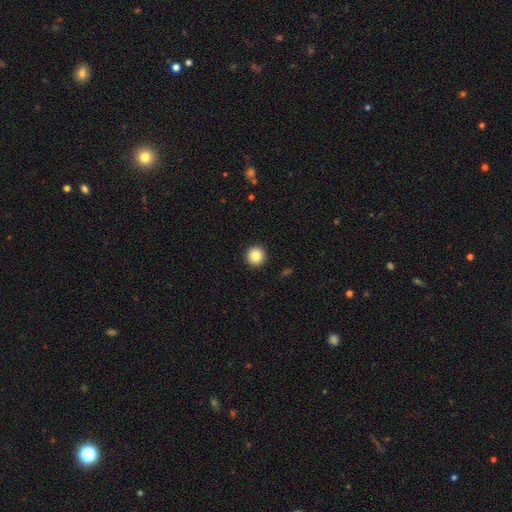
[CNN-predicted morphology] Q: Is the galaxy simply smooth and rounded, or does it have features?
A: smooth — 84%.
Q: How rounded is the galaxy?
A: round — 94%.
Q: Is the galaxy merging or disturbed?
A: none — 93%.